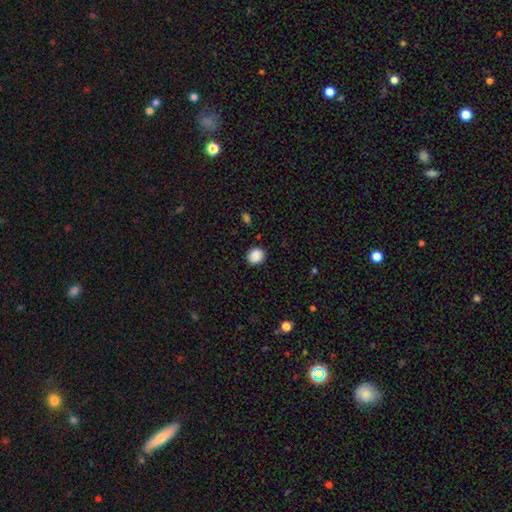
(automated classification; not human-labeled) Overall: smooth (89%). How rounded: round (80%). Merging: none (89%).